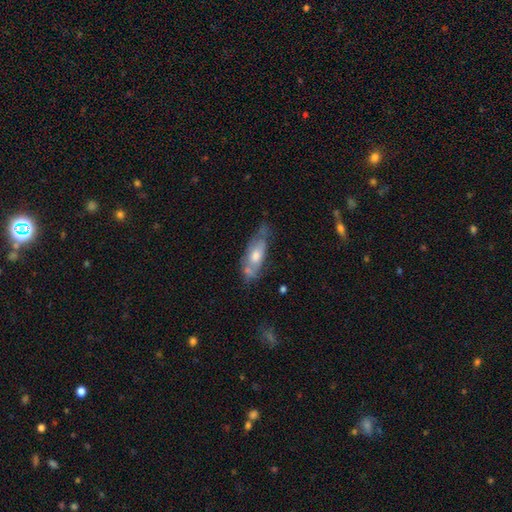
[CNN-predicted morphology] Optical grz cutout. It shows a featured or disk galaxy (48%). Merging: none (46%).